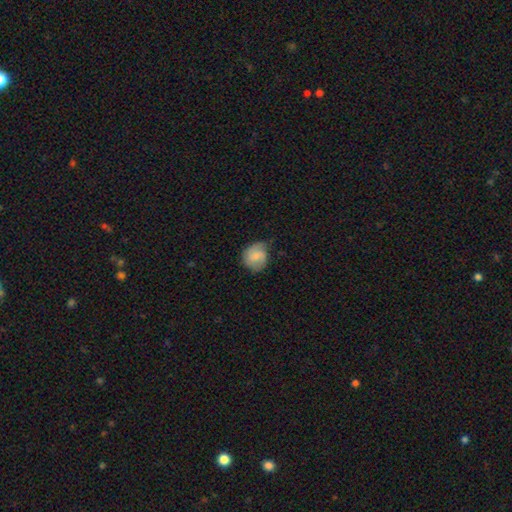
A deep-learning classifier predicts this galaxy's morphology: Smooth or featured? smooth (76%)
How rounded? round (76%)
Merging? none (54%)